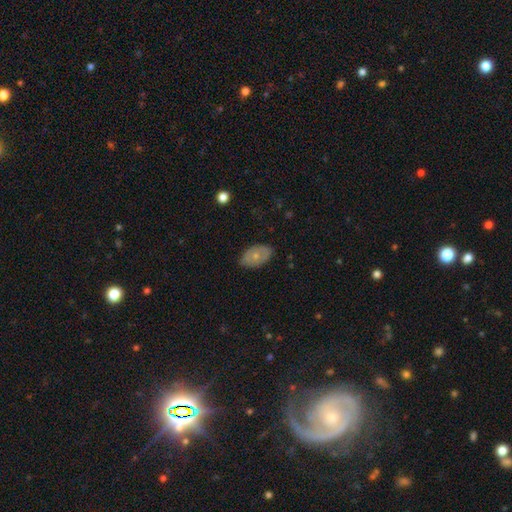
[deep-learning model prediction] Smooth or featured? Predicted: smooth (p=0.59). How rounded? Predicted: in between (p=0.88). Merging? Predicted: none (p=0.80).